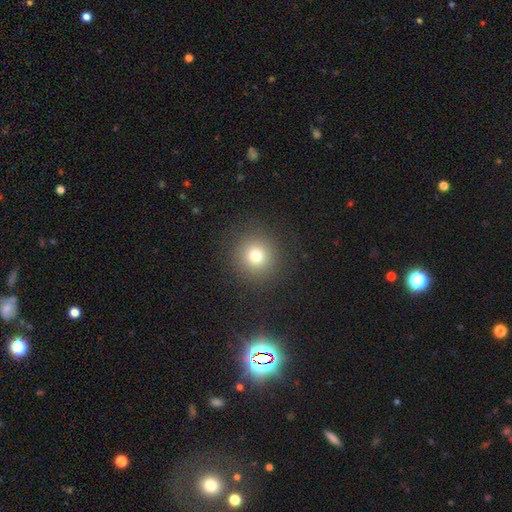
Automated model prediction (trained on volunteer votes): Smooth or featured: smooth — 75% (star or artifact — 15%)
How rounded: round — 92% (in between — 7%)
Merging: none — 88% (minor disturbance — 7%)